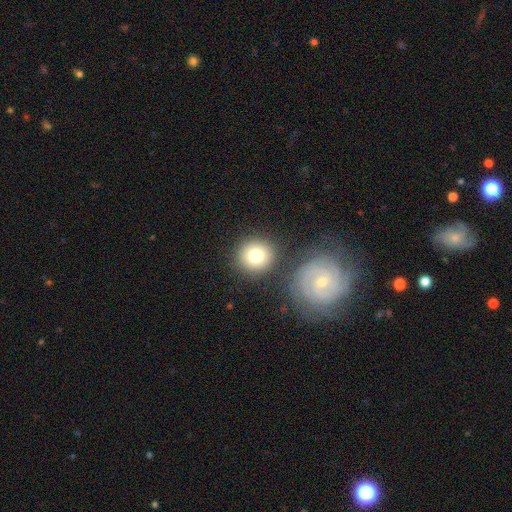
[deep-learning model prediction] A smooth galaxy with no disk features (77%) that is round (92%). Merging: none (78%).